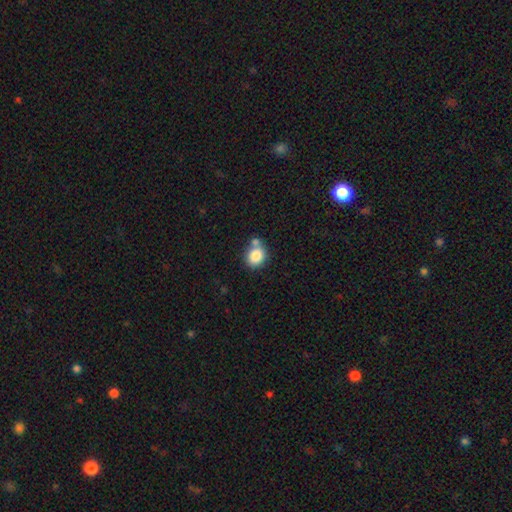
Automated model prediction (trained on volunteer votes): smooth_or_featured: smooth (p=0.83) [alt: star or artifact p=0.09]
how_rounded: round (p=0.67) [alt: in between p=0.32]
merging: none (p=0.55) [alt: merger p=0.29]